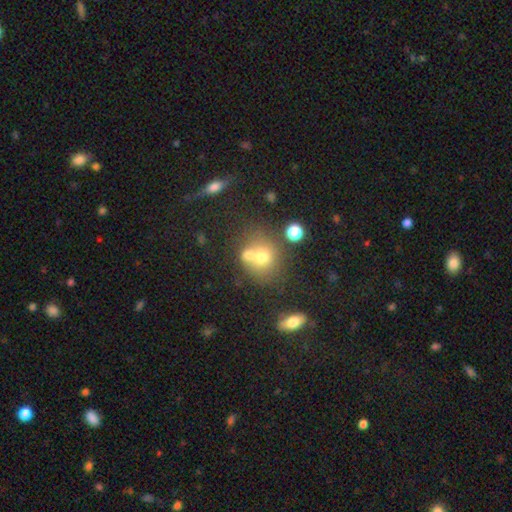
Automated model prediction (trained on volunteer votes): The model was most divided on "merging": merger: 45%, none: 41%, minor disturbance: 10%, major disturbance: 4%. More confident: how rounded — round (74%); smooth or featured — smooth (63%).